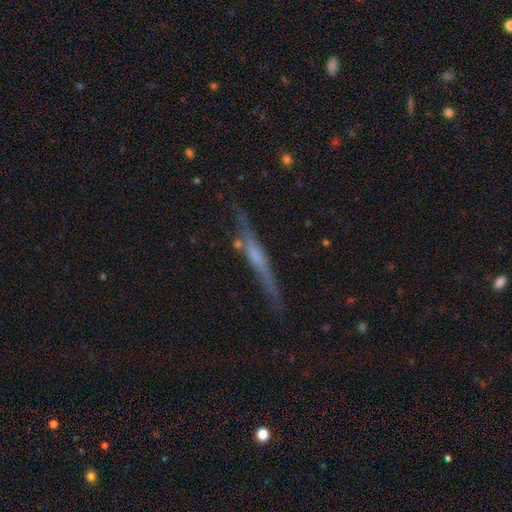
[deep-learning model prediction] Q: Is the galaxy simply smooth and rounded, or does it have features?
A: featured or disk — 65%.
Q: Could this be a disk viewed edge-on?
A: yes — 94%.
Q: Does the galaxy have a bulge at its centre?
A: none — 45%.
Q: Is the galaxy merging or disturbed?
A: none — 76%.